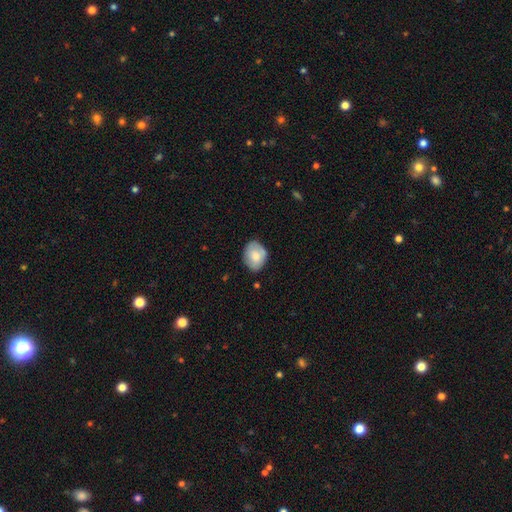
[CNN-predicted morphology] Overall: smooth (74%). How rounded: in between (60%; round 39%). Merging: none (73%).